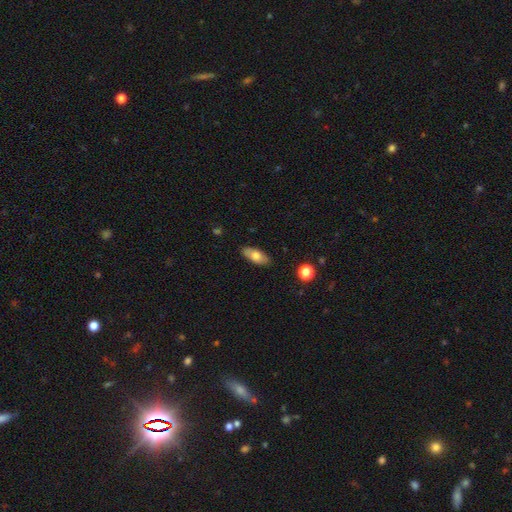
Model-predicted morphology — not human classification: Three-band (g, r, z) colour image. It shows a smooth galaxy with no disk features (72%) that is in between round and cigar-shaped (83%). Merging: none (86%).